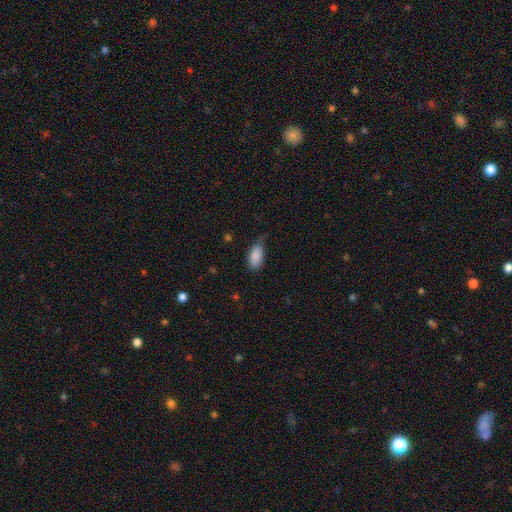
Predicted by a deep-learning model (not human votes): A smooth galaxy with no disk features (87%) that is in between round and cigar-shaped (94%). Merging: none (51%).